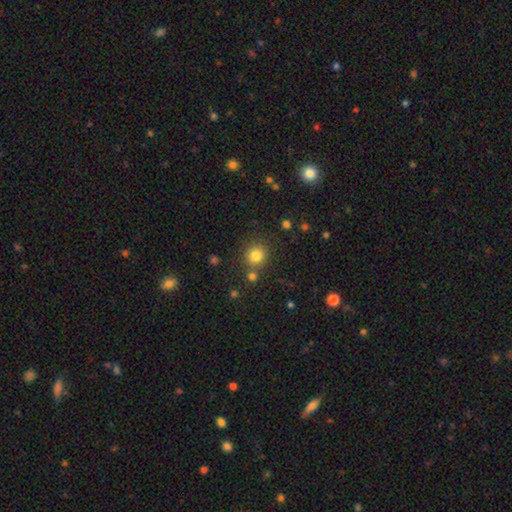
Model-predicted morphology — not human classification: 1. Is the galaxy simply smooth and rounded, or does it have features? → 81% smooth, 13% star or artifact, 6% featured or disk.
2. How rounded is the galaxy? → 90% round, 9% in between, 1% cigar-shaped.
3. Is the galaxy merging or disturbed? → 78% none, 11% merger, 8% minor disturbance, 3% major disturbance.